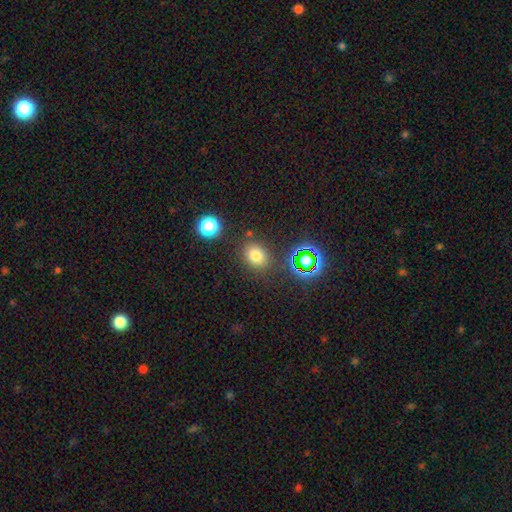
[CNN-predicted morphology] type=smooth (71%); roundness=in between (50%); merging=none (81%).